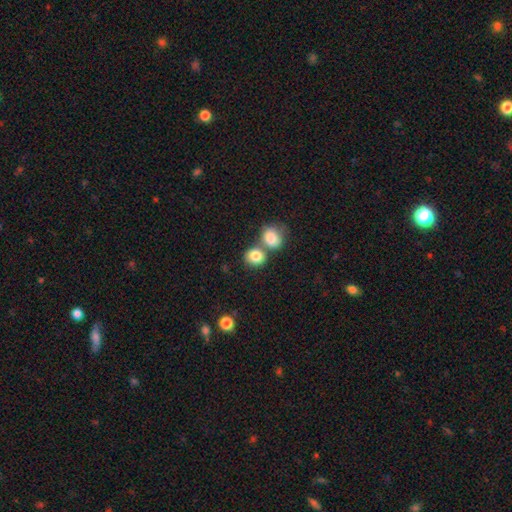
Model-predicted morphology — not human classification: type=smooth (83%); roundness=round (68%); merging=merger (47%).